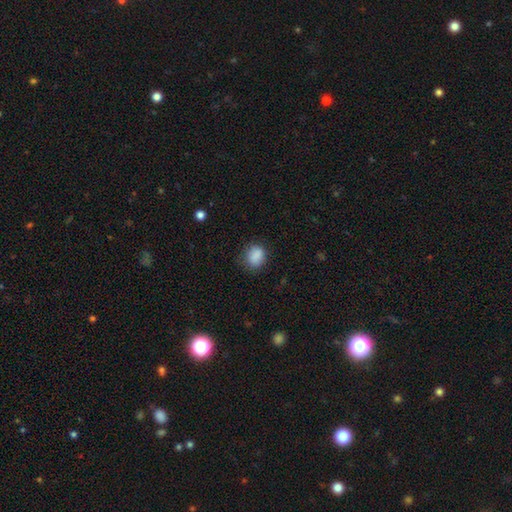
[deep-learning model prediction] This is clearly a smooth galaxy (86%). How rounded: possibly round (55%). Merging: likely none (74%).